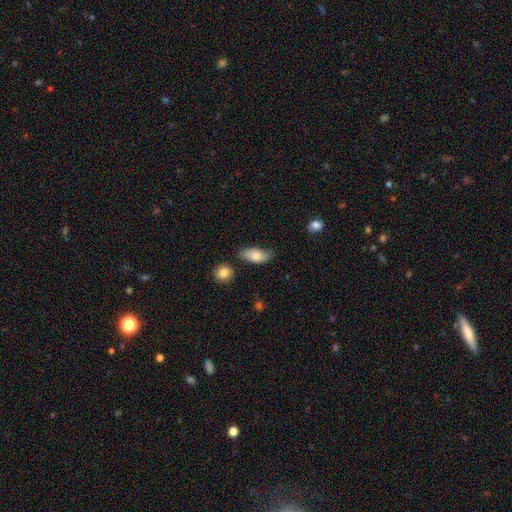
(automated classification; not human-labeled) The model was most divided on "merging": none: 69%, minor disturbance: 23%, major disturbance: 4%, merger: 4%. More confident: how rounded — in between (90%); smooth or featured — smooth (75%).